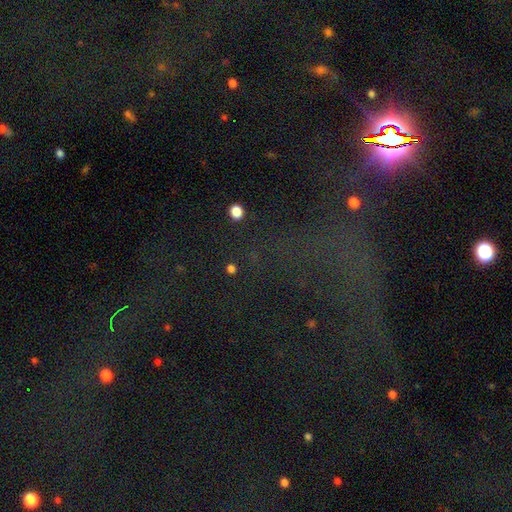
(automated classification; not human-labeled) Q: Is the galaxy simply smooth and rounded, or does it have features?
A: star or artifact — 67%.